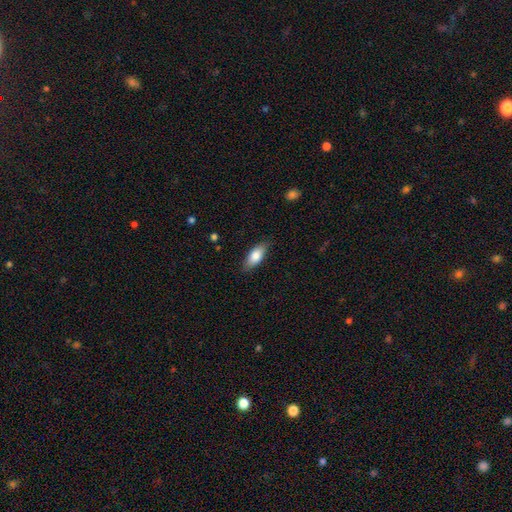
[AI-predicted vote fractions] Q: Smooth or featured?
A: smooth (79%); runner-up: featured or disk (15%)
Q: How rounded?
A: in between (82%); runner-up: cigar-shaped (16%)
Q: Merging?
A: none (83%); runner-up: minor disturbance (14%)